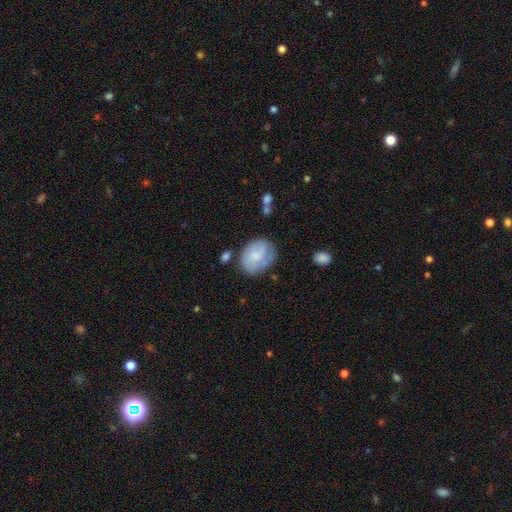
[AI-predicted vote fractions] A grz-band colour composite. It shows a smooth galaxy with no disk features (48%). Merging: none (61%).